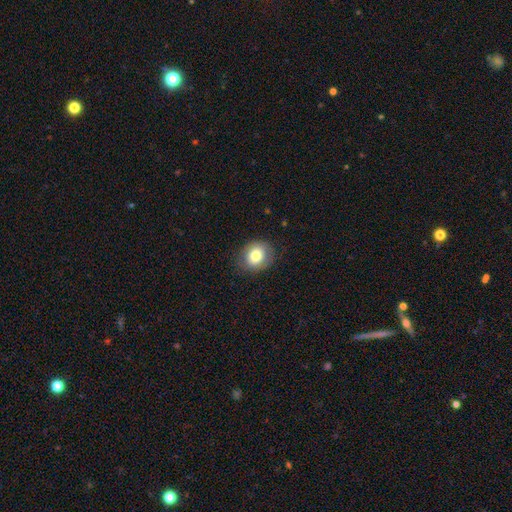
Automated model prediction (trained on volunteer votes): smooth 76%, featured or disk 15%, star or artifact 9%. Down the decision tree: how rounded — round (69%); merging — none (83%).